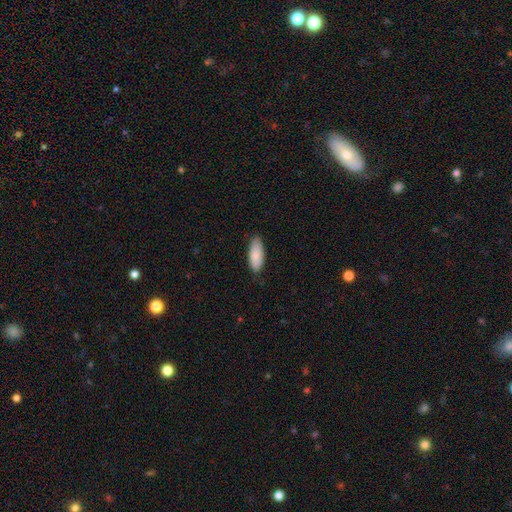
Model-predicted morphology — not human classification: The model was most divided on "how rounded": in between: 79%, cigar-shaped: 19%, round: 2%. More confident: smooth or featured — smooth (87%); merging — none (84%).